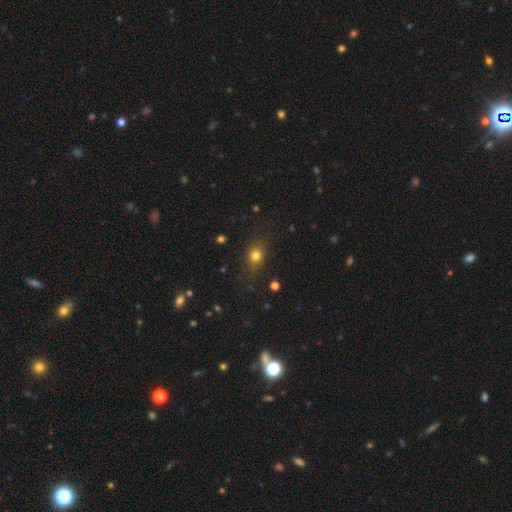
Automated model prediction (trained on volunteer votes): A smooth galaxy with no disk features (76%) that is in between round and cigar-shaped (53%). Merging: none (80%).